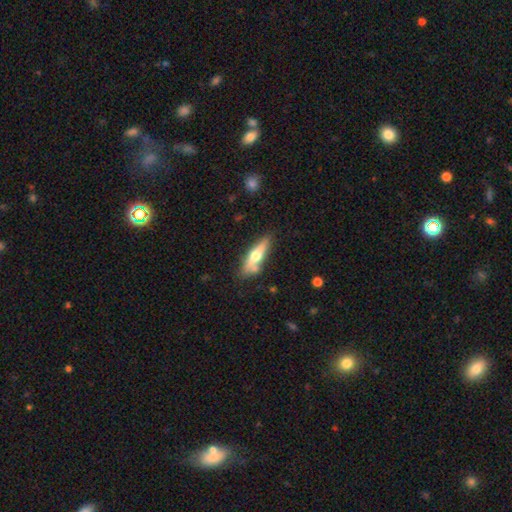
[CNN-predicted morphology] smooth-or-featured: featured or disk: 50% | smooth: 44% | star or artifact: 6%
  disk-edge-on: yes: 87% | no: 13%
  merging: none: 68% | minor disturbance: 18% | merger: 8% | major disturbance: 5%